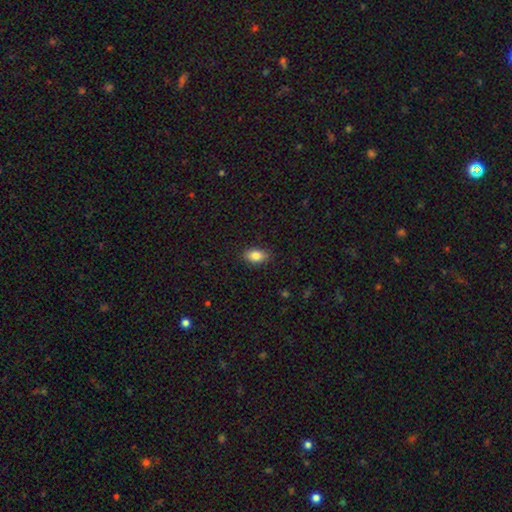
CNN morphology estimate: Q: Smooth or featured?
A: smooth (85%); runner-up: star or artifact (8%)
Q: How rounded?
A: in between (88%); runner-up: round (10%)
Q: Merging?
A: none (87%); runner-up: minor disturbance (10%)